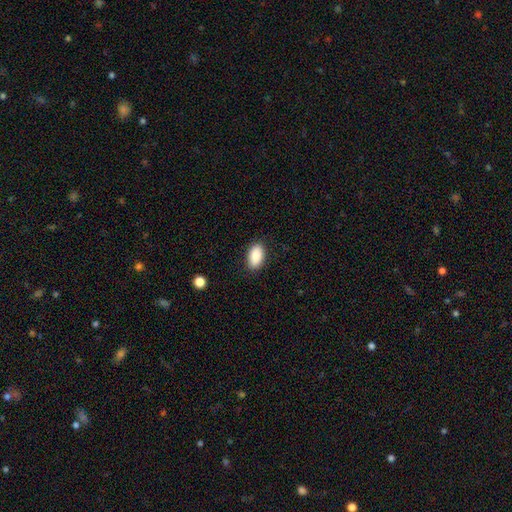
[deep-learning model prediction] Morphology: type=smooth (89%); roundness=in between (94%); merging=none (88%).